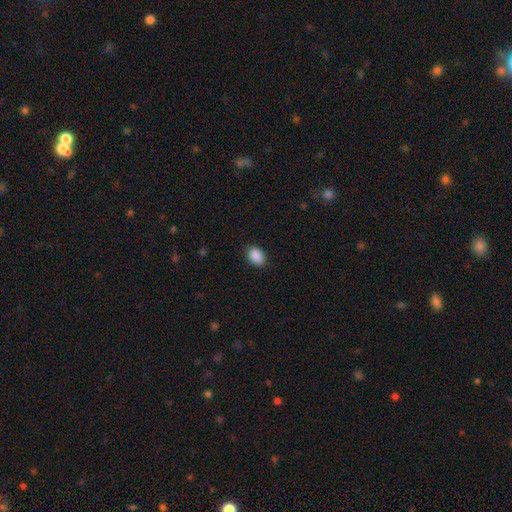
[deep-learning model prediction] A smooth galaxy with no disk features (89%) that is in between round and cigar-shaped (75%). Merging: none (87%).